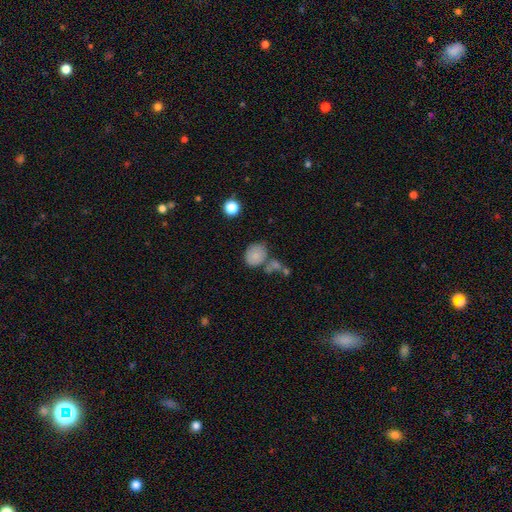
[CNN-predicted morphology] Smooth or featured? Predicted: smooth (p=0.77). How rounded? Predicted: round (p=0.63). Merging? Predicted: none (p=0.51).